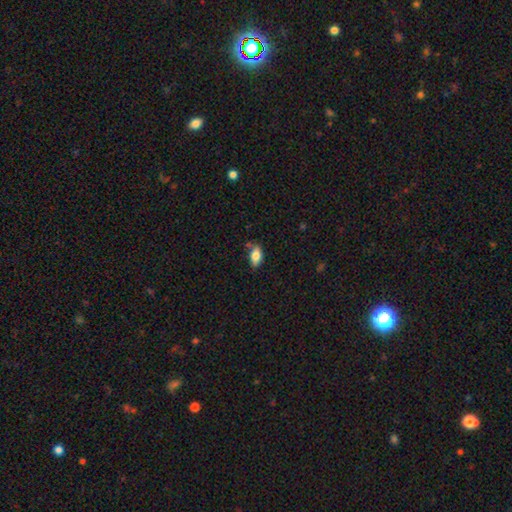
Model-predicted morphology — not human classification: smooth_or_featured: smooth (p=0.78) [alt: featured or disk p=0.14]
how_rounded: in between (p=0.88) [alt: cigar-shaped p=0.07]
merging: none (p=0.63) [alt: minor disturbance p=0.25]